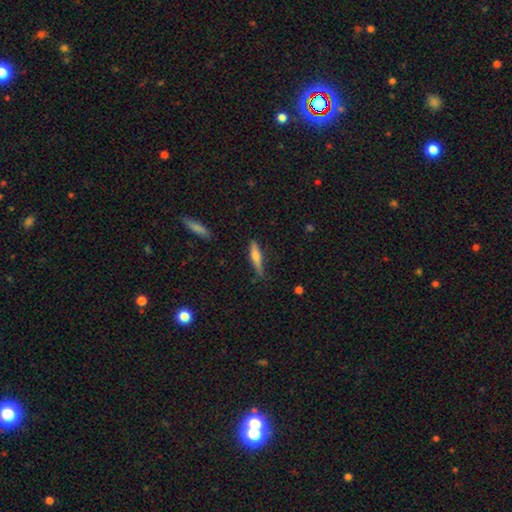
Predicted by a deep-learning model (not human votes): Smooth or featured? Predicted: smooth (p=0.59). How rounded? Predicted: cigar-shaped (p=0.83). Merging? Predicted: none (p=0.75).